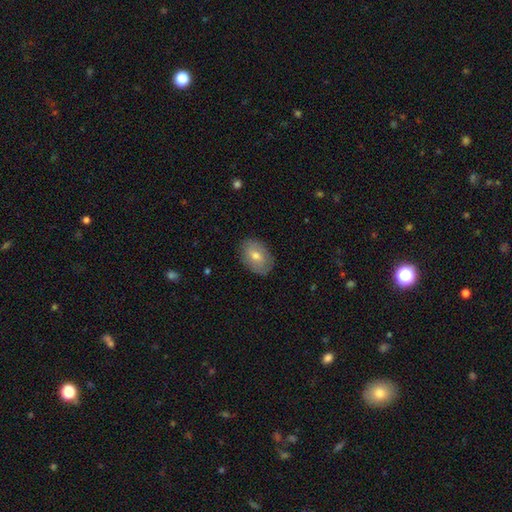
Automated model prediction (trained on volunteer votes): smooth 64%, featured or disk 28%, star or artifact 8%. Down the decision tree: how rounded — in between (83%); merging — none (85%).